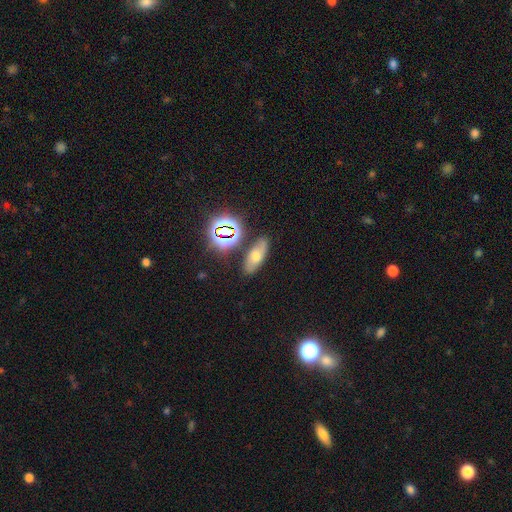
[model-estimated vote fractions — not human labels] smooth-or-featured: smooth: 47% | star or artifact: 27% | featured or disk: 26%
  merging: none: 80% | minor disturbance: 12% | merger: 5% | major disturbance: 4%